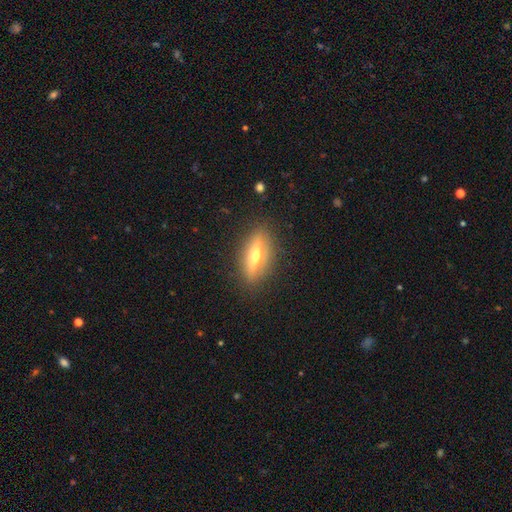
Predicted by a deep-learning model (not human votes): Q: Smooth or featured?
A: featured or disk (59%); runner-up: smooth (32%)
Q: Edge-on disk?
A: yes (82%); runner-up: no (18%)
Q: Merging?
A: none (87%); runner-up: minor disturbance (9%)